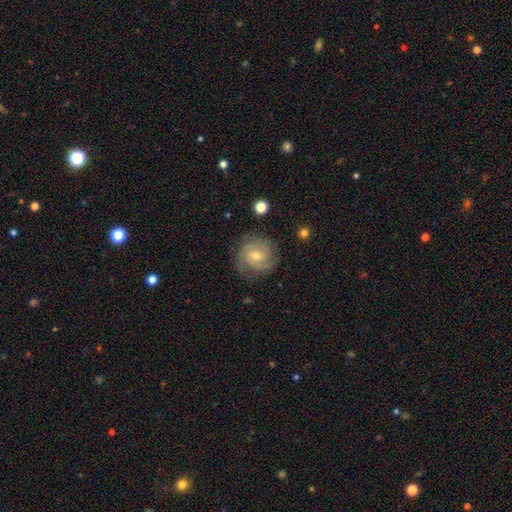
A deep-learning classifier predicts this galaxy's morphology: smooth-or-featured: featured or disk: 77% | smooth: 15% | star or artifact: 8%
  disk-edge-on: no: 97% | yes: 3%
    bar: no: 59% | weak: 35% | strong: 7%
    has-spiral-arms: yes: 94% | no: 6%
      spiral-winding: tight: 61% | medium: 31% | loose: 8%
      spiral-arm-count: 3: 29% | 2: 27% | can't tell: 25% | 4: 9% | 1: 5% | more than 4: 5%
    bulge-size: small: 53% | moderate: 44% | large: 1% | none: 1% | dominant: 1%
  merging: none: 80% | minor disturbance: 14% | major disturbance: 5% | merger: 1%